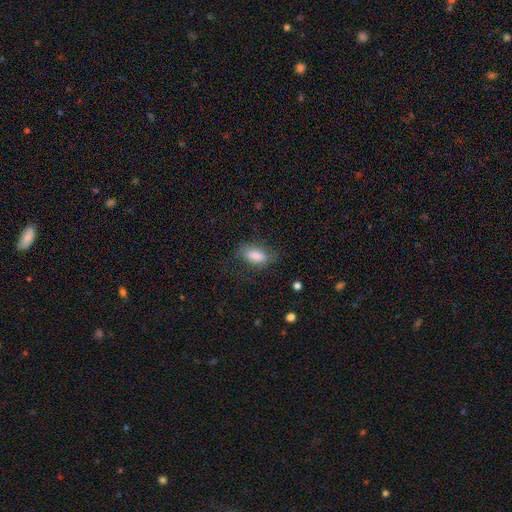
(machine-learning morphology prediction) Q: Smooth or featured?
A: smooth (79%); runner-up: featured or disk (13%)
Q: How rounded?
A: in between (85%); runner-up: cigar-shaped (11%)
Q: Merging?
A: none (60%); runner-up: minor disturbance (23%)